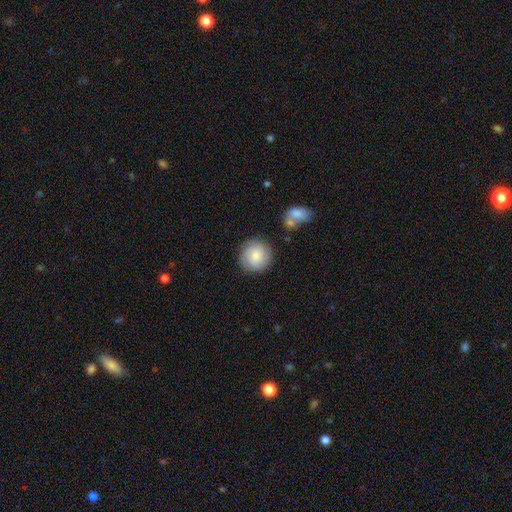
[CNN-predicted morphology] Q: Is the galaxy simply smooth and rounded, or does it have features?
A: smooth — 75%.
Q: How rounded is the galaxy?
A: round — 93%.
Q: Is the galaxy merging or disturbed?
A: none — 83%.